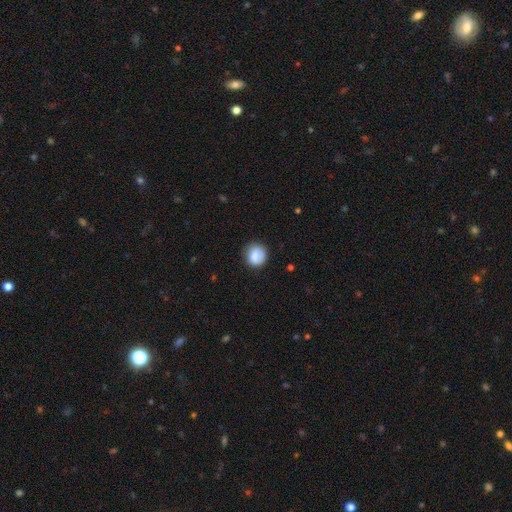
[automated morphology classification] smooth 81%, featured or disk 12%, star or artifact 8%. Down the decision tree: how rounded — round (84%); merging — none (77%).